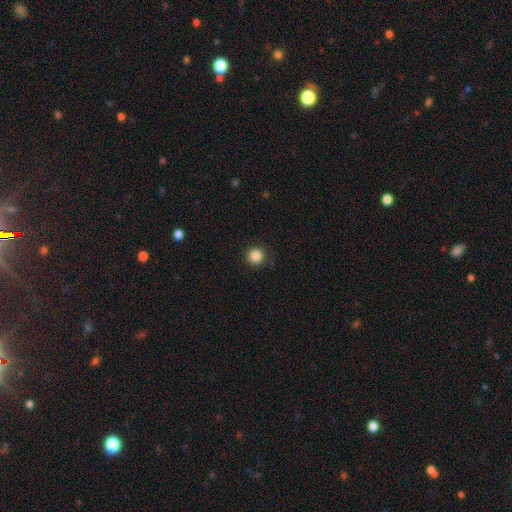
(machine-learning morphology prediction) Smooth or featured? smooth (87%)
How rounded? round (96%)
Merging? none (89%)